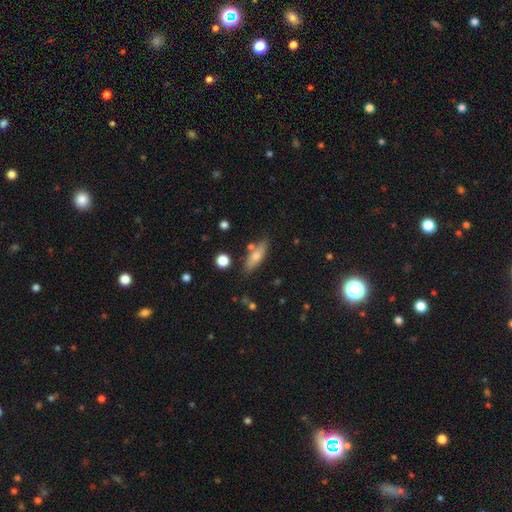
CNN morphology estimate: A smooth galaxy with no disk features (66%) that is in between round and cigar-shaped (51%). Merging: none (75%).